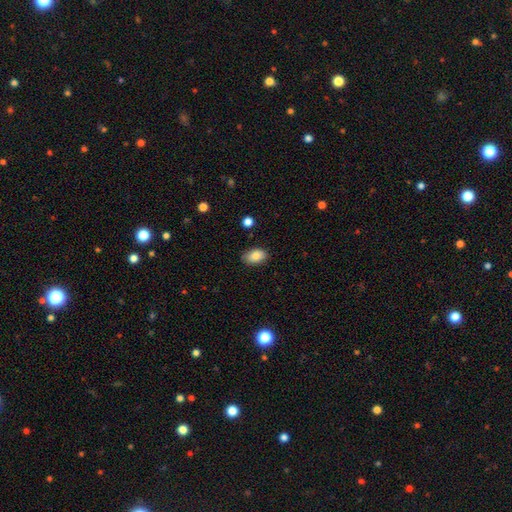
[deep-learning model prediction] Smooth or featured? Predicted: smooth (p=0.84). How rounded? Predicted: in between (p=0.89). Merging? Predicted: none (p=0.83).